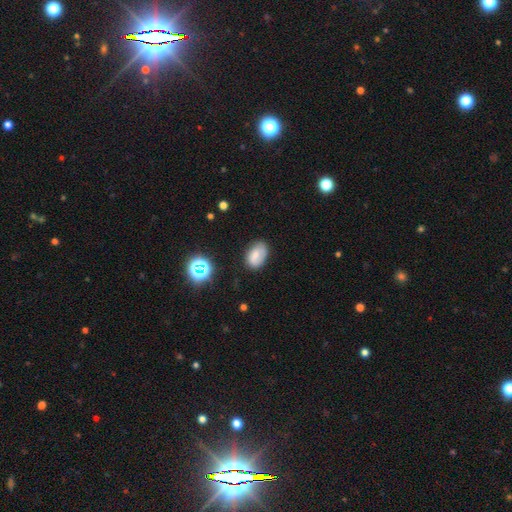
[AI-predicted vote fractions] The model was most divided on "merging": none: 71%, minor disturbance: 21%, major disturbance: 5%, merger: 2%. More confident: how rounded — in between (87%); smooth or featured — smooth (72%).